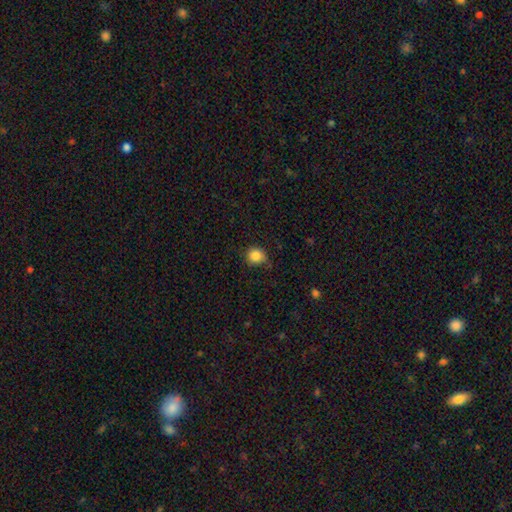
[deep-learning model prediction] Smooth or featured? Predicted: smooth (p=0.85). How rounded? Predicted: round (p=0.86). Merging? Predicted: none (p=0.73).